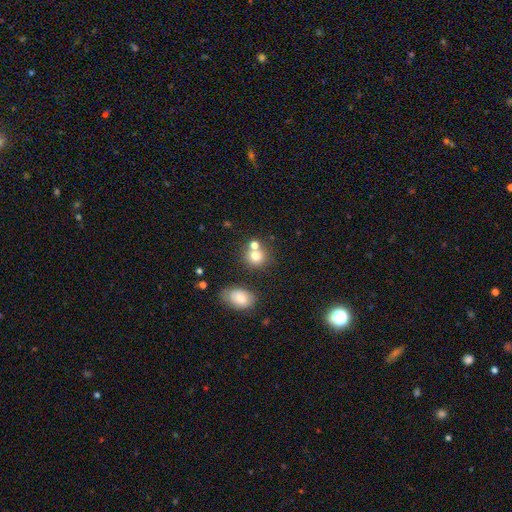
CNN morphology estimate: The model was most divided on "merging": none: 55%, merger: 32%, minor disturbance: 9%, major disturbance: 4%. More confident: how rounded — round (82%); smooth or featured — smooth (74%).